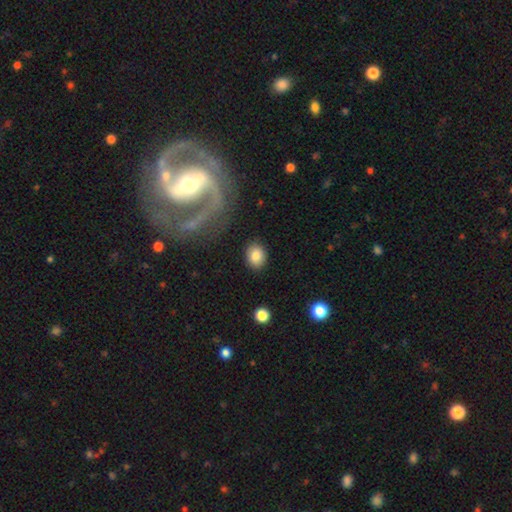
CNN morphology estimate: Overall: smooth (84%). How rounded: in between (53%; round 46%). Merging: none (87%).